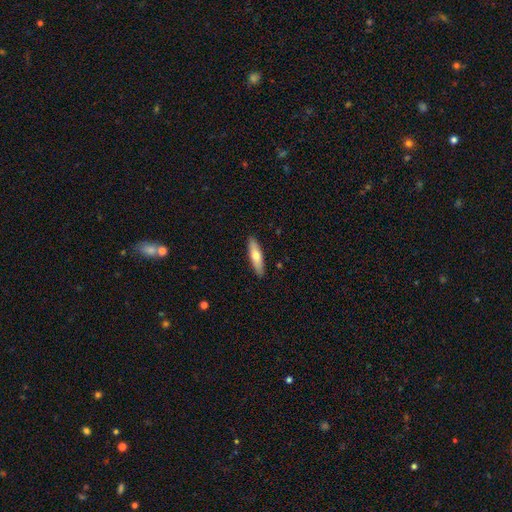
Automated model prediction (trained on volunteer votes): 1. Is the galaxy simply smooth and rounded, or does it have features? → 61% smooth, 33% featured or disk, 5% star or artifact.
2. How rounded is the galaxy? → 68% cigar-shaped, 30% in between, 2% round.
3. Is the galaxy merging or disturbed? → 90% none, 7% minor disturbance, 2% major disturbance, 1% merger.